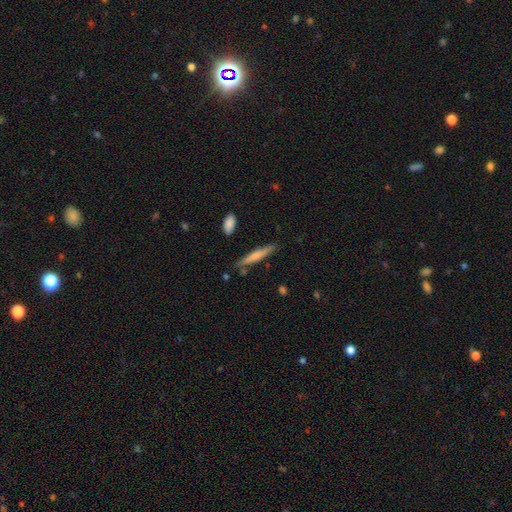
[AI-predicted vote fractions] smooth_or_featured: smooth (p=0.60) [alt: featured or disk p=0.34]
how_rounded: cigar-shaped (p=0.92) [alt: in between p=0.06]
merging: none (p=0.81) [alt: minor disturbance p=0.13]